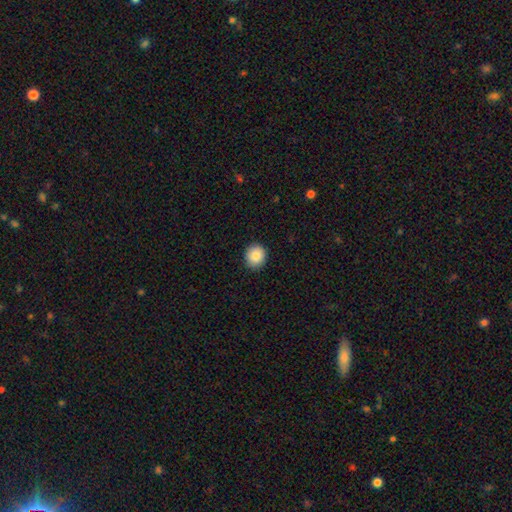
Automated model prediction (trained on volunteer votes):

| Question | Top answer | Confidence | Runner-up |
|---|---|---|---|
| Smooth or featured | smooth | 86% | star or artifact (8%) |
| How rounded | round | 87% | in between (12%) |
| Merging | none | 91% | minor disturbance (7%) |